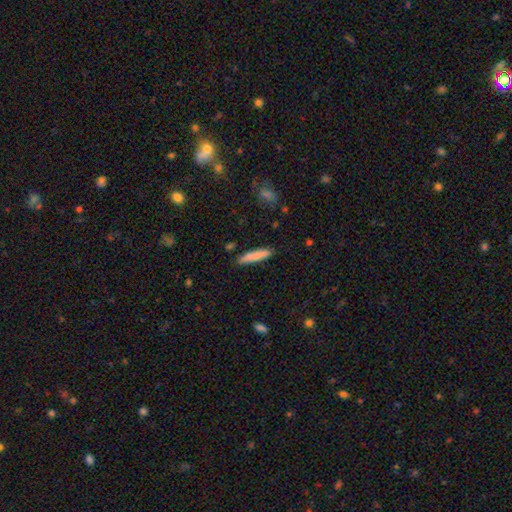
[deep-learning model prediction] smooth_or_featured: smooth (p=0.78) [alt: featured or disk p=0.16]
how_rounded: cigar-shaped (p=0.88) [alt: in between p=0.10]
merging: none (p=0.86) [alt: minor disturbance p=0.10]